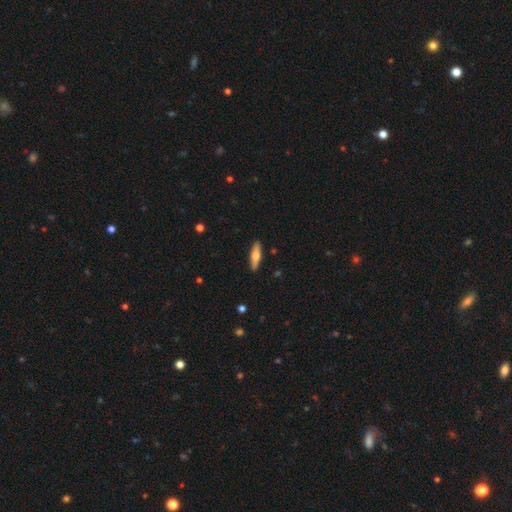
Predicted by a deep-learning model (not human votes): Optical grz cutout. It shows a smooth galaxy with no disk features (50%). Merging: none (91%).